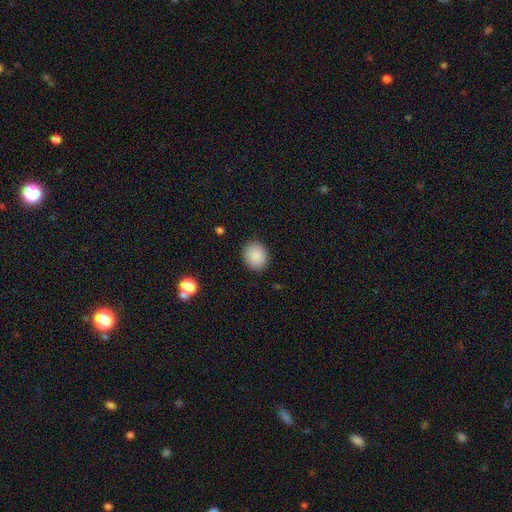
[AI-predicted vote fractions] This appears to be a smooth galaxy with no disk features (89%) that is round (66%). Merging: none (89%).